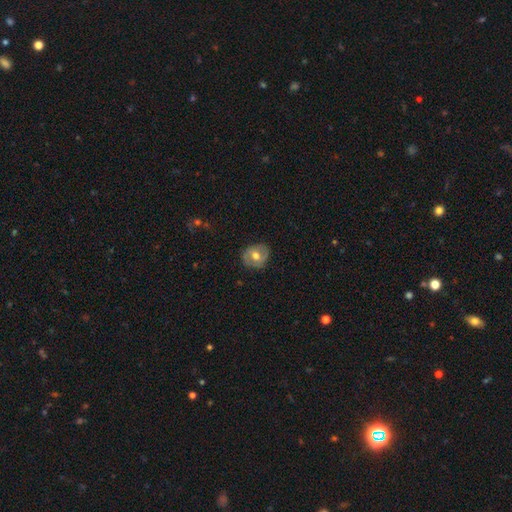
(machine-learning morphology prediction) Q: Smooth or featured?
A: smooth (48%); runner-up: featured or disk (44%)
Q: Merging?
A: none (80%); runner-up: minor disturbance (15%)